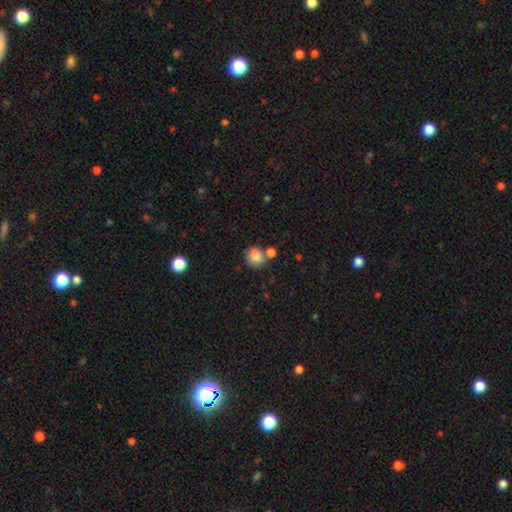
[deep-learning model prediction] Q: Smooth or featured?
A: smooth (81%); runner-up: star or artifact (10%)
Q: How rounded?
A: round (61%); runner-up: in between (38%)
Q: Merging?
A: none (46%); runner-up: merger (31%)